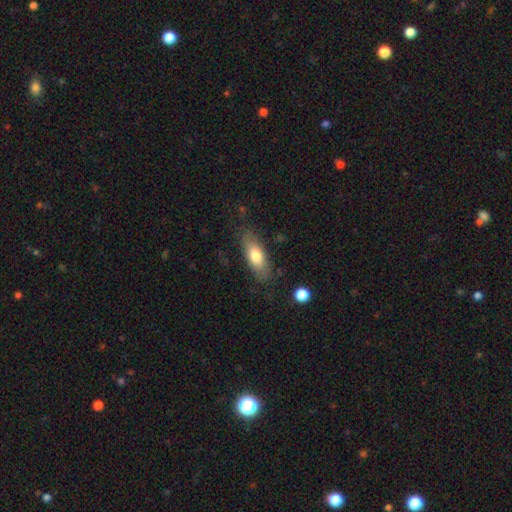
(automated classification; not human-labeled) Smooth or featured: smooth — 73% (featured or disk — 21%)
How rounded: in between — 73% (cigar-shaped — 24%)
Merging: none — 76% (minor disturbance — 17%)